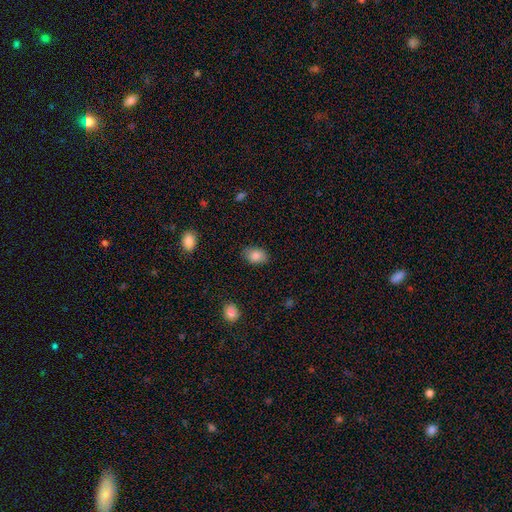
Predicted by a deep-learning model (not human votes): A smooth galaxy with no disk features (85%) that is in between round and cigar-shaped (85%). Merging: none (83%).